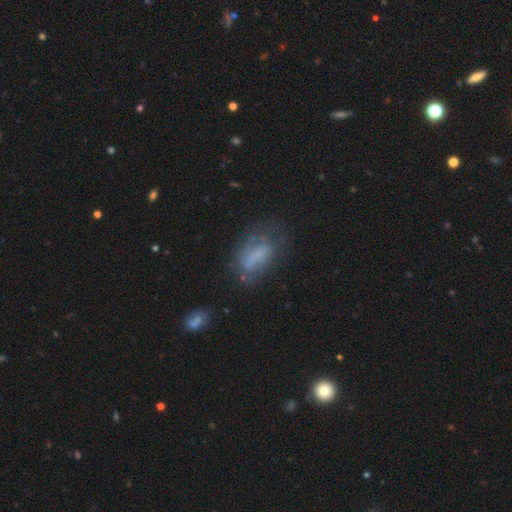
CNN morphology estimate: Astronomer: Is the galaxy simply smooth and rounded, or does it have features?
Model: smooth — 50% (runner-up: featured or disk, 38%).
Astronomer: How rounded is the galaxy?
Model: in between — 84%.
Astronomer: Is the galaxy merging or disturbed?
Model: none — 46% (runner-up: minor disturbance, 26%).